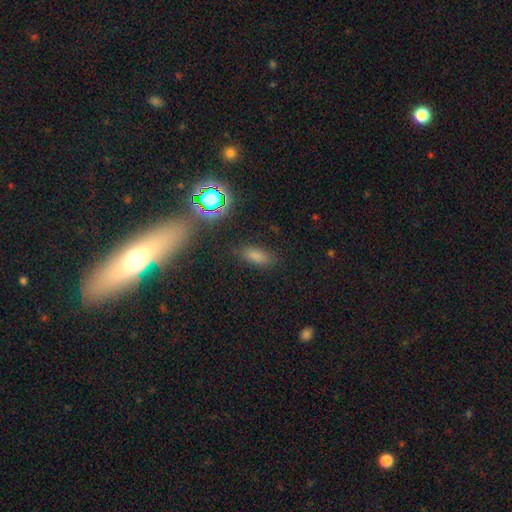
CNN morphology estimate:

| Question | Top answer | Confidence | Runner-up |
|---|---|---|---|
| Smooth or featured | smooth | 68% | star or artifact (24%) |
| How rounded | in between | 74% | cigar-shaped (19%) |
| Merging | none | 82% | minor disturbance (11%) |